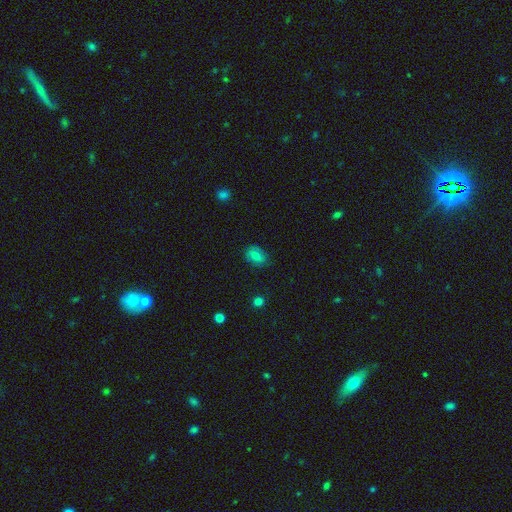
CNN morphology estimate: Q: Smooth or featured?
A: smooth (77%); runner-up: featured or disk (13%)
Q: How rounded?
A: in between (77%); runner-up: round (22%)
Q: Merging?
A: none (78%); runner-up: minor disturbance (17%)